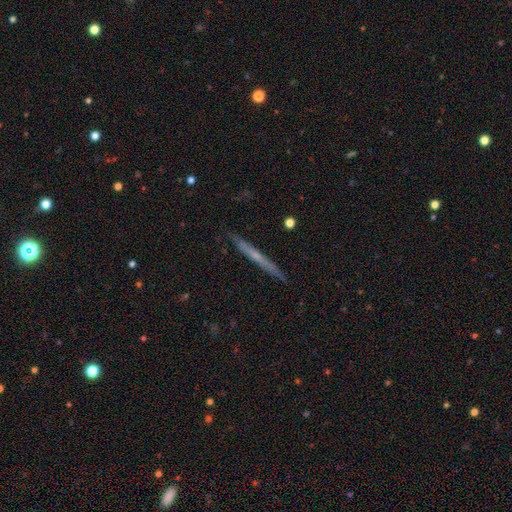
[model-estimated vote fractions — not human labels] Smooth or featured? Predicted: featured or disk (p=0.58). Edge-on disk? Predicted: yes (p=0.97). Edge-on bulge? Predicted: none (p=0.70). Merging? Predicted: none (p=0.88).